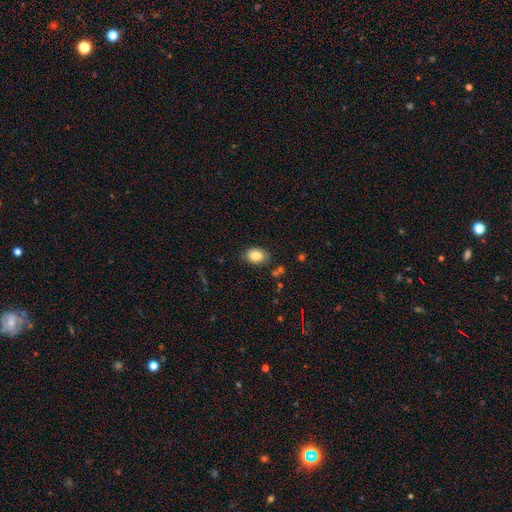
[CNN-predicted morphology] This is clearly a smooth galaxy (83%). How rounded: likely in between (78%). Merging: likely none (79%).